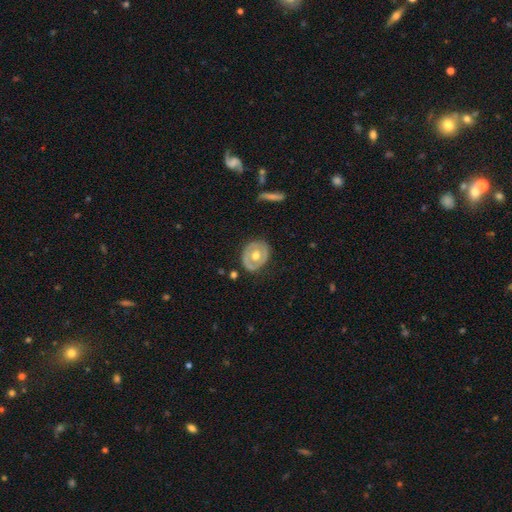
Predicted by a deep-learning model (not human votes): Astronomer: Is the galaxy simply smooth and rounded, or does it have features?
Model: featured or disk — 58% (runner-up: smooth, 37%).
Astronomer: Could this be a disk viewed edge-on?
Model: no — 93%.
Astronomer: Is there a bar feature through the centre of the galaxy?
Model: no — 82%.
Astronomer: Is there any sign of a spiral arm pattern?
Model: no — 81%.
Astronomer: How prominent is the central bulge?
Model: moderate — 79%.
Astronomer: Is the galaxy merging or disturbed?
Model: none — 79%.